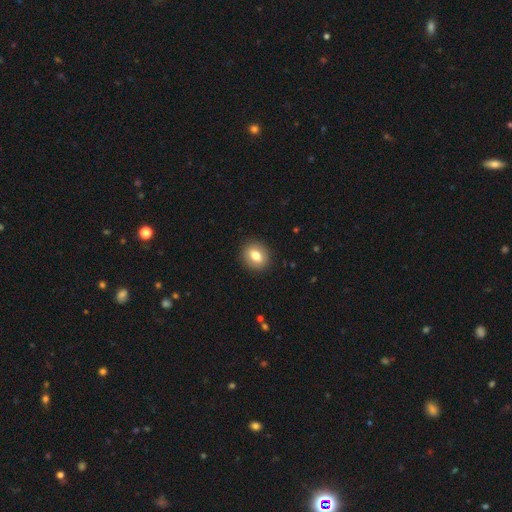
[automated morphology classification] A smooth galaxy with no disk features (77%) that is round (61%). Merging: none (90%).